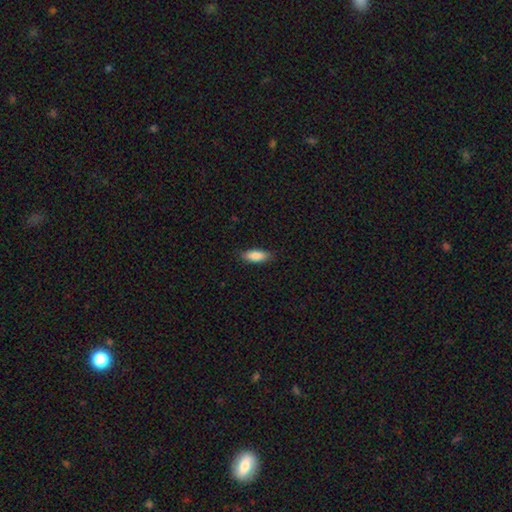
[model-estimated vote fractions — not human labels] Smooth or featured?
  - smooth: 85% *
  - featured or disk: 9%
  - star or artifact: 6%
How rounded?
  - in between: 72% *
  - cigar-shaped: 26%
  - round: 2%
Merging?
  - none: 87% *
  - minor disturbance: 10%
  - major disturbance: 2%
  - merger: 1%